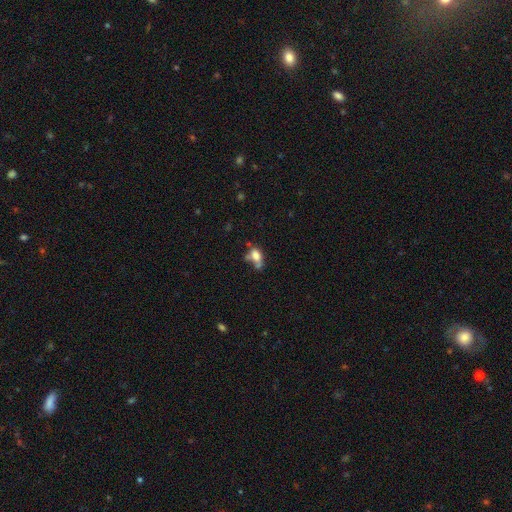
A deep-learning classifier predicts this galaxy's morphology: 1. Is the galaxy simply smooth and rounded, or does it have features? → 69% smooth, 19% featured or disk, 12% star or artifact.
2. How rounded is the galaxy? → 80% in between, 16% round, 4% cigar-shaped.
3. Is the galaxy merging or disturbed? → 29% merger (tied), 29% none (tied), 23% minor disturbance, 19% major disturbance.